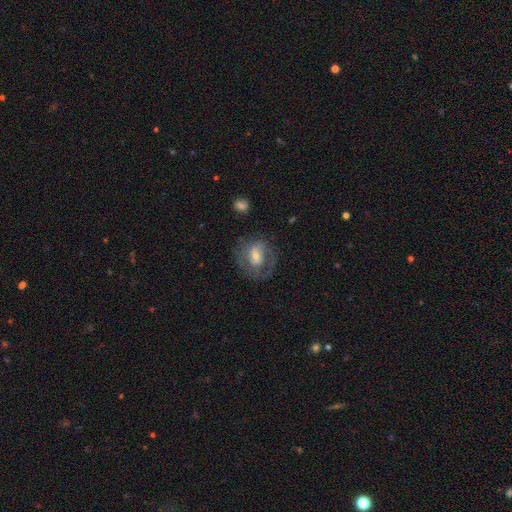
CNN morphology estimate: smooth-or-featured: featured or disk: 66% | smooth: 26% | star or artifact: 8%
  disk-edge-on: no: 96% | yes: 4%
    bar: weak: 41% | no: 40% | strong: 19%
    has-spiral-arms: yes: 69% | no: 31%
    bulge-size: moderate: 48% | small: 44% | large: 5% | none: 2% | dominant: 1%
  merging: none: 64% | minor disturbance: 18% | major disturbance: 16% | merger: 2%